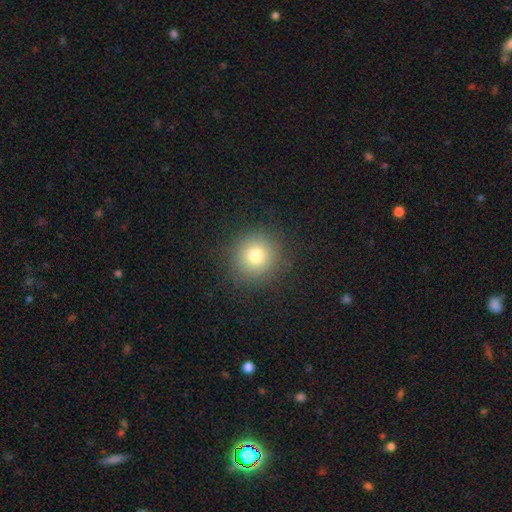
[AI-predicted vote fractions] smooth_or_featured: smooth (p=0.77) [alt: star or artifact p=0.13]
how_rounded: round (p=0.93) [alt: in between p=0.06]
merging: none (p=0.88) [alt: minor disturbance p=0.07]